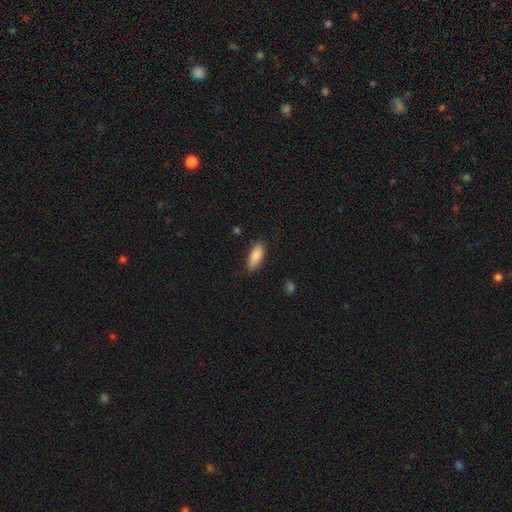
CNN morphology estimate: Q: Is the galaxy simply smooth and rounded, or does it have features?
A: smooth — 87%.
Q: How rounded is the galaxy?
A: in between — 82%.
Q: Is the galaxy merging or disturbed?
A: none — 81%.